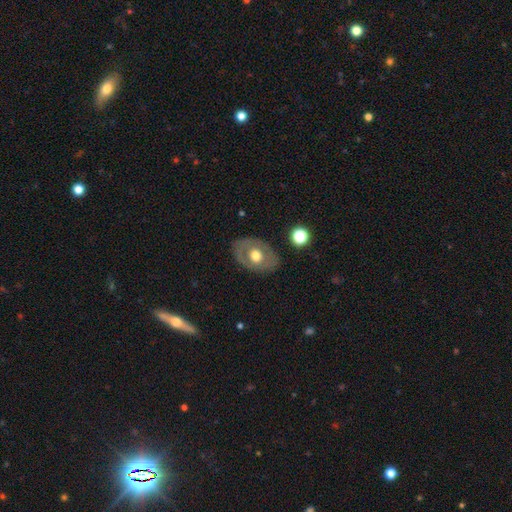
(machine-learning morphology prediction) Smooth or featured? Predicted: smooth (p=0.48). Merging? Predicted: none (p=0.80).